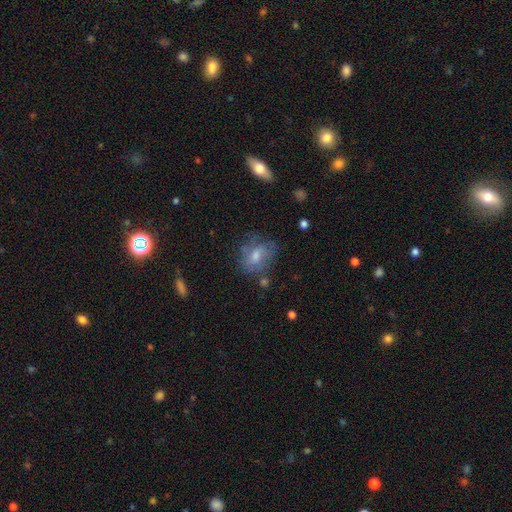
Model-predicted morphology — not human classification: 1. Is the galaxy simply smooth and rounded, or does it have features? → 55% smooth, 35% featured or disk, 10% star or artifact.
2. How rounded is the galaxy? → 66% in between, 32% round, 2% cigar-shaped.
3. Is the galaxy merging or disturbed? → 55% none, 25% minor disturbance, 15% major disturbance, 5% merger.